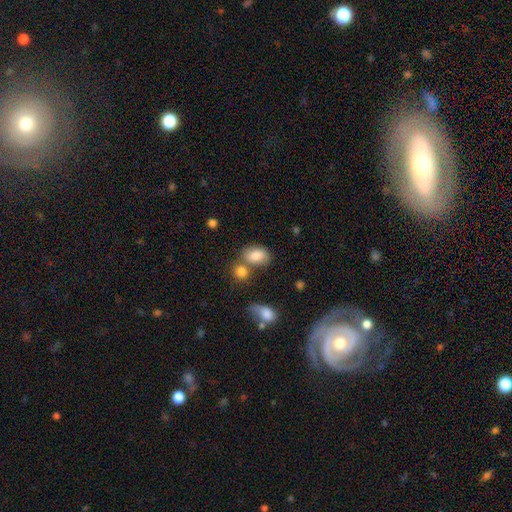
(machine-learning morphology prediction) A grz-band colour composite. It shows a smooth galaxy with no disk features (83%) that is in between round and cigar-shaped (81%). Merging: none (51%).